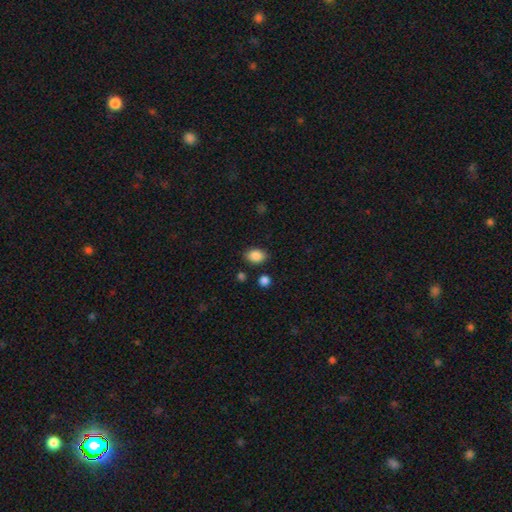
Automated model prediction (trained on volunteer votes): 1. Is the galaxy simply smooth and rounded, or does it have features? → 87% smooth, 9% star or artifact, 4% featured or disk.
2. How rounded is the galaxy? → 75% in between, 24% round, 1% cigar-shaped.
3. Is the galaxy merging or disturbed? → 81% none, 13% minor disturbance, 3% major disturbance, 3% merger.